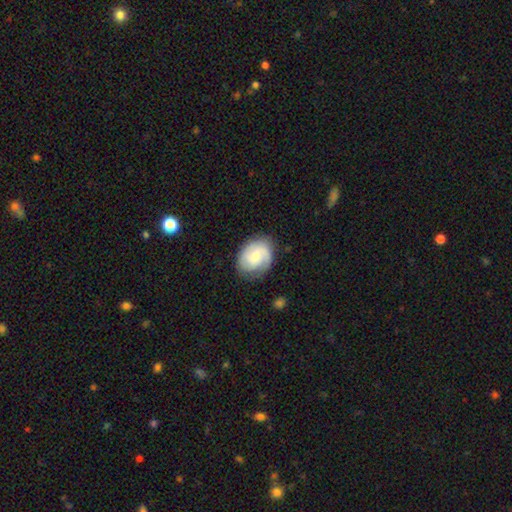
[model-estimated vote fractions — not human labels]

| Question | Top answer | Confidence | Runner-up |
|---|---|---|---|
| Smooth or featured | featured or disk | 53% | smooth (41%) |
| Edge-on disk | no | 97% | yes (3%) |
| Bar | no | 64% | weak (32%) |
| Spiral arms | yes | 88% | no (12%) |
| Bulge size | small | 48% | moderate (39%) |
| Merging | none | 72% | minor disturbance (20%) |